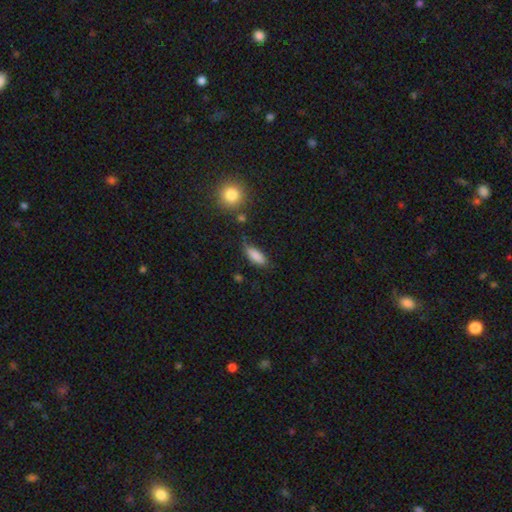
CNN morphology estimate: A smooth galaxy with no disk features (85%) that is in between round and cigar-shaped (77%). Merging: none (71%).